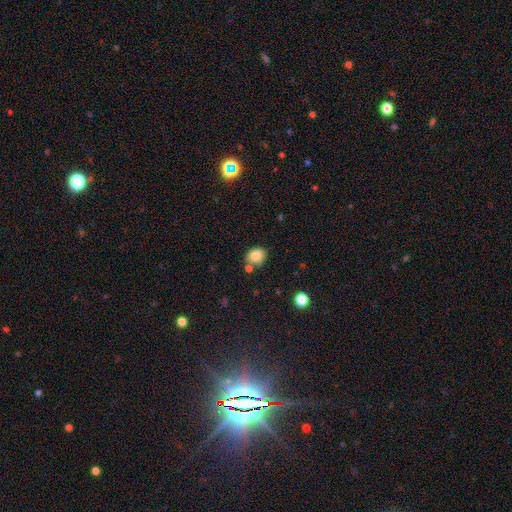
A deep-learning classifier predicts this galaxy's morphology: Smooth or featured? smooth (82%)
How rounded? round (58%)
Merging? none (64%)